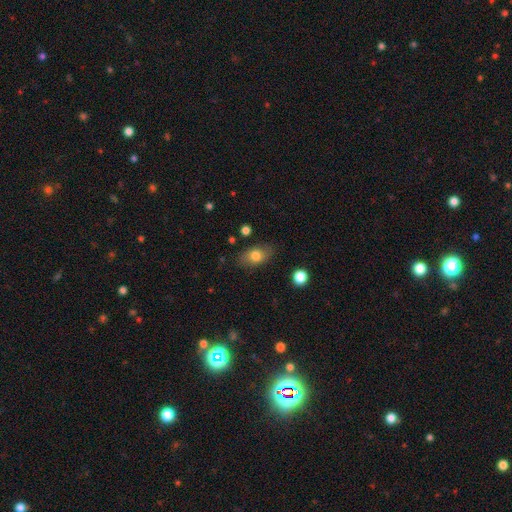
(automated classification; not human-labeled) Smooth or featured: smooth — 76% (featured or disk — 16%)
How rounded: in between — 84% (round — 13%)
Merging: none — 79% (minor disturbance — 16%)